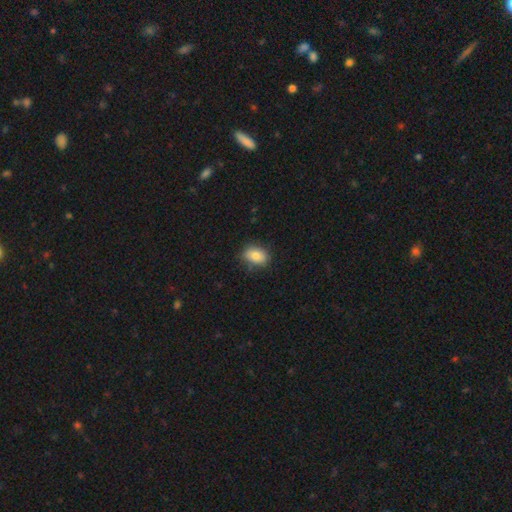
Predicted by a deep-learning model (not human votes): Q: Smooth or featured?
A: smooth (82%); runner-up: featured or disk (9%)
Q: How rounded?
A: in between (78%); runner-up: round (20%)
Q: Merging?
A: none (80%); runner-up: minor disturbance (16%)